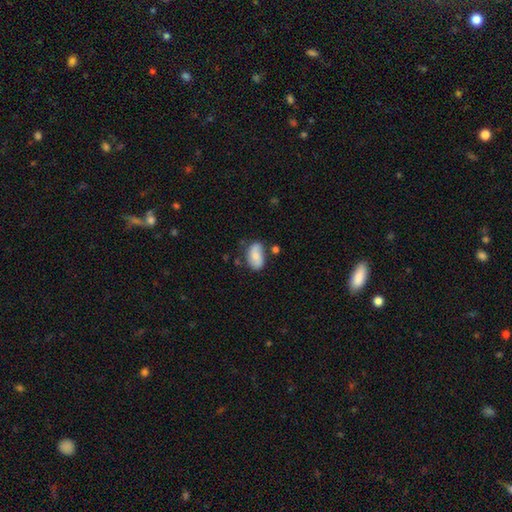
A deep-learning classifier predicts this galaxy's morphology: Smooth or featured? Predicted: smooth (p=0.70). How rounded? Predicted: in between (p=0.92). Merging? Predicted: none (p=0.61).